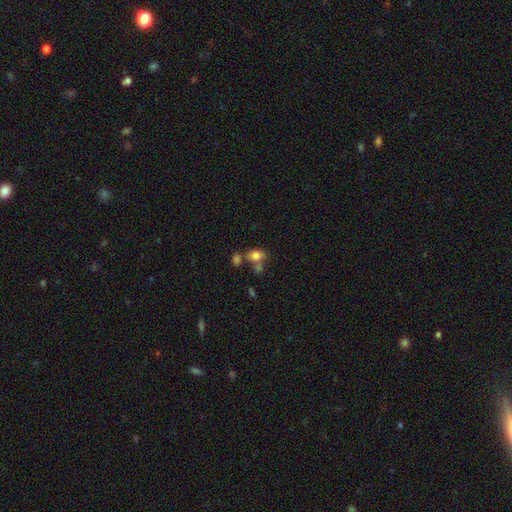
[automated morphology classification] smooth_or_featured: smooth (p=0.78) [alt: star or artifact p=0.12]
how_rounded: in between (p=0.62) [alt: round p=0.37]
merging: none (p=0.46) [alt: merger p=0.31]